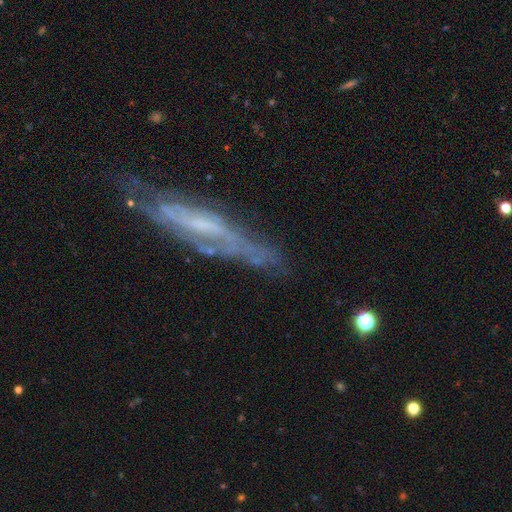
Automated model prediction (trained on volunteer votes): The model was most divided on "edge-on disk": no: 55%, yes: 45%. More confident: smooth or featured — featured or disk (73%); merging — none (57%).